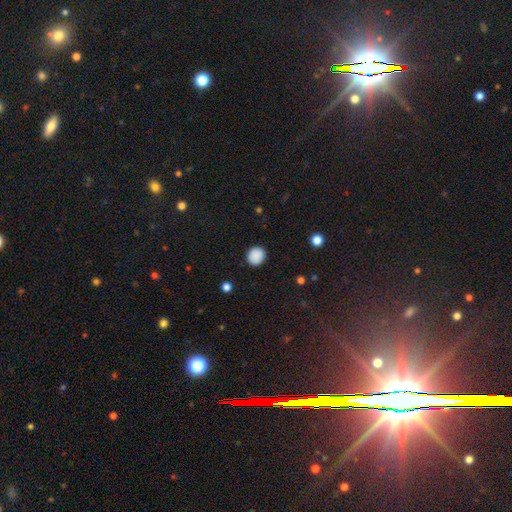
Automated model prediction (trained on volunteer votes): A smooth galaxy with no disk features (88%) that is round (83%). Merging: none (90%).